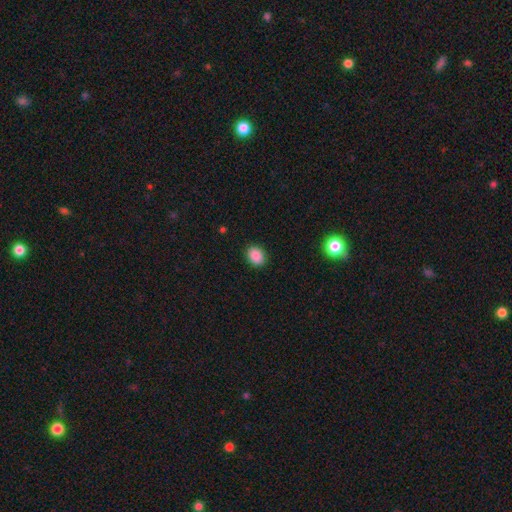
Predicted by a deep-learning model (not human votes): Smooth or featured?
  - smooth: 88% *
  - star or artifact: 9%
  - featured or disk: 3%
How rounded?
  - in between: 63% *
  - round: 36%
  - cigar-shaped: 1%
Merging?
  - none: 89% *
  - minor disturbance: 8%
  - major disturbance: 2%
  - merger: 1%